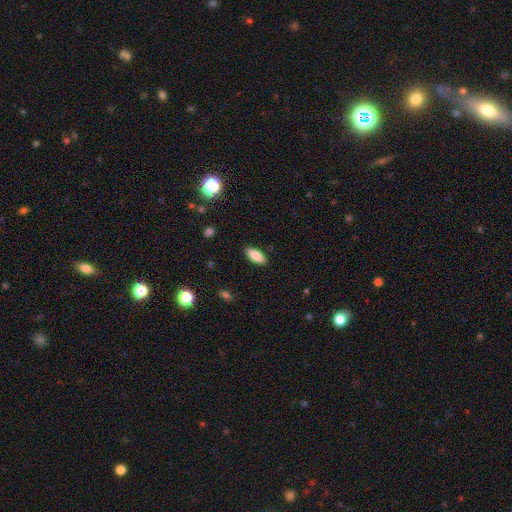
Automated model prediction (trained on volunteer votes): Smooth or featured? smooth (87%)
How rounded? in between (88%)
Merging? none (88%)